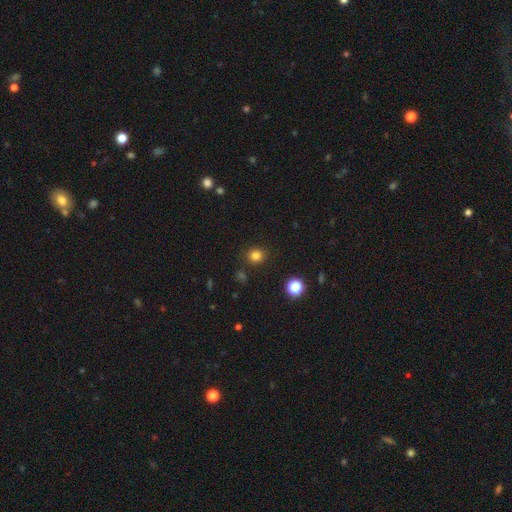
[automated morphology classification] Smooth or featured? Predicted: smooth (p=0.81). How rounded? Predicted: round (p=0.84). Merging? Predicted: none (p=0.87).